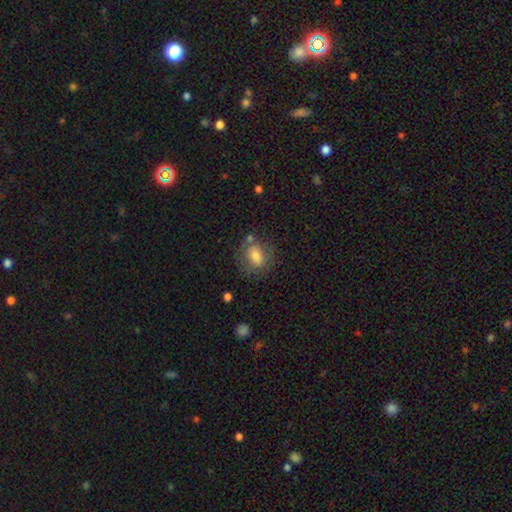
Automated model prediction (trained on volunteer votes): A smooth galaxy with no disk features (73%) that is in between round and cigar-shaped (59%). Merging: none (69%).